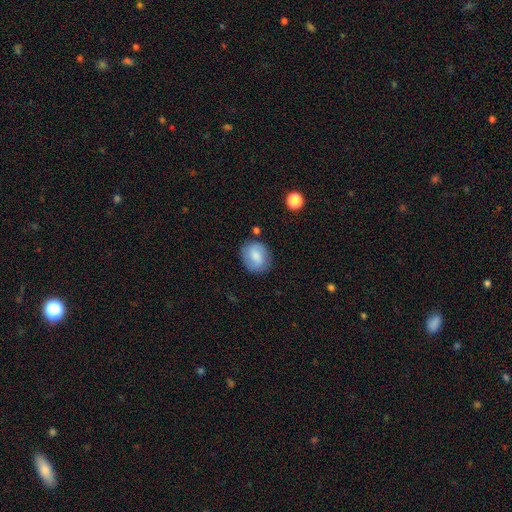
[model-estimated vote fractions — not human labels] Smooth or featured? Predicted: smooth (p=0.74). How rounded? Predicted: round (p=0.58). Merging? Predicted: none (p=0.79).